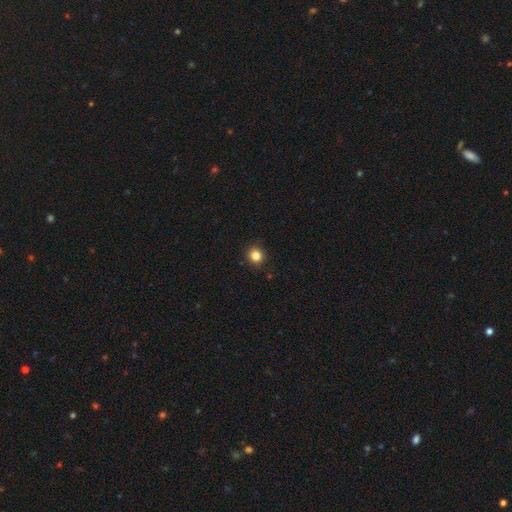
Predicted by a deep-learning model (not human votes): Smooth or featured: smooth — 84% (star or artifact — 12%)
How rounded: round — 90% (in between — 9%)
Merging: none — 91% (minor disturbance — 6%)